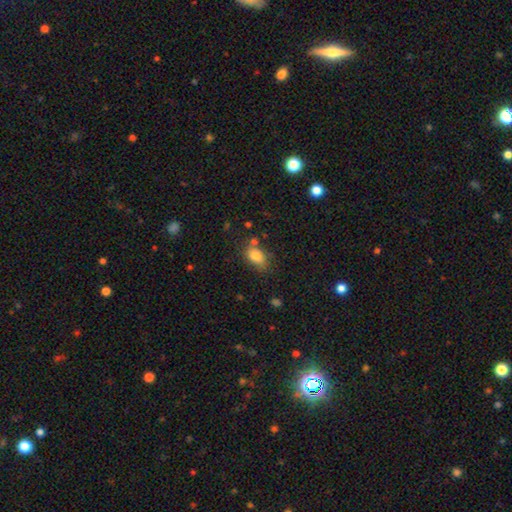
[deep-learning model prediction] Smooth or featured?
  - smooth: 82% *
  - star or artifact: 9%
  - featured or disk: 9%
How rounded?
  - in between: 82% *
  - round: 16%
  - cigar-shaped: 2%
Merging?
  - none: 65% *
  - minor disturbance: 20%
  - merger: 9%
  - major disturbance: 5%